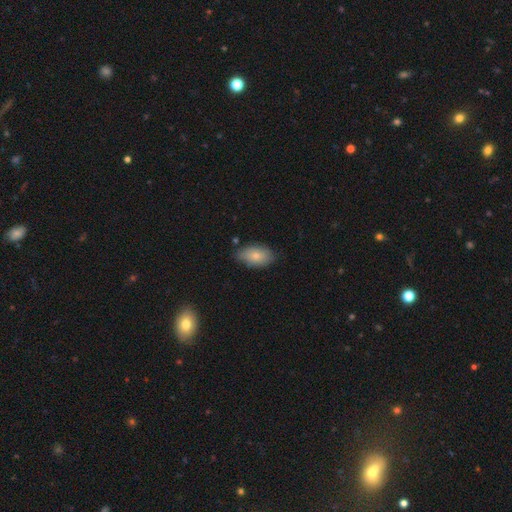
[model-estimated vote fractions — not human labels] A smooth galaxy with no disk features (77%) that is in between round and cigar-shaped (91%). Merging: none (71%).